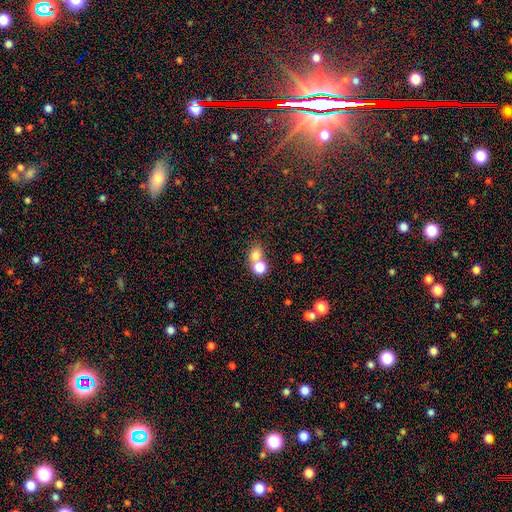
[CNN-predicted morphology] Smooth or featured? smooth (76%)
How rounded? round (73%)
Merging? merger (49%)